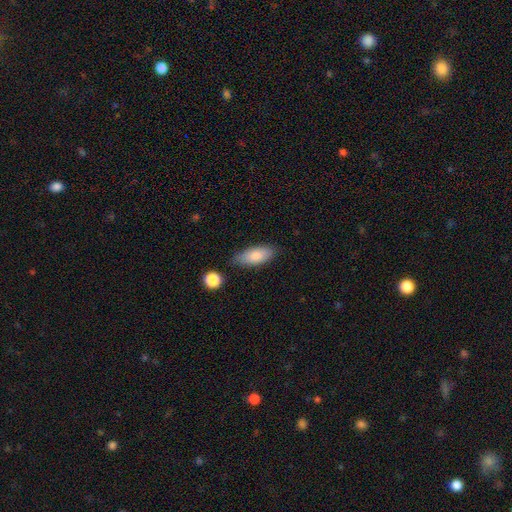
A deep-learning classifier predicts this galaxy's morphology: A smooth galaxy with no disk features (84%) that is in between round and cigar-shaped (84%).

Vote fractions:
- Smooth or featured? smooth: 84% / featured or disk: 10% / star or artifact: 7%
- How rounded? in between: 84% / cigar-shaped: 14% / round: 3%
- Merging? none: 71% / minor disturbance: 20% / merger: 5% / major disturbance: 4%